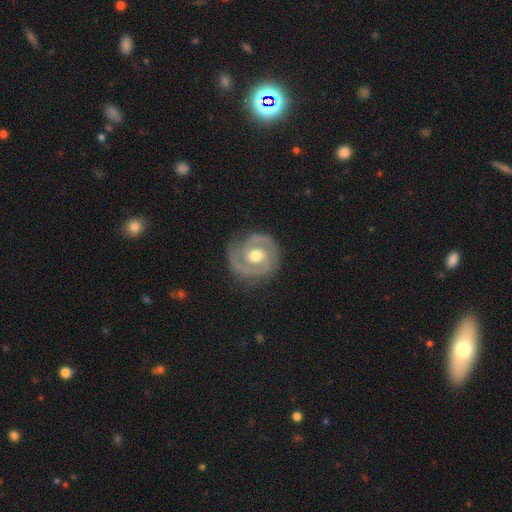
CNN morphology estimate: A featured or disk galaxy (88%) with no bar (47%), 2 (87%) tight (58%) spiral arms (96%) and a moderate central bulge (77%). Merging: none (82%).